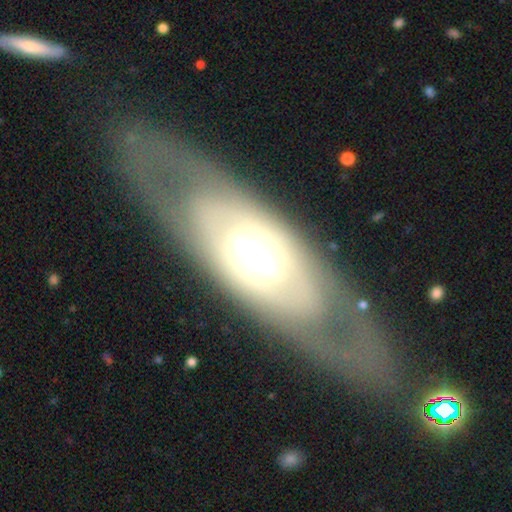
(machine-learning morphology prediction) Smooth or featured? Predicted: featured or disk (p=0.60). Edge-on disk? Predicted: no (p=0.69). Merging? Predicted: none (p=0.70).